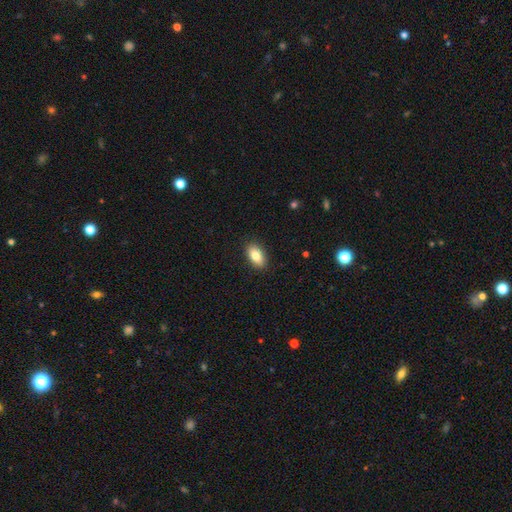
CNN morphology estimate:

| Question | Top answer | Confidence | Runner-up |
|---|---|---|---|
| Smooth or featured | smooth | 84% | featured or disk (9%) |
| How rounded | in between | 91% | round (5%) |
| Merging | none | 89% | minor disturbance (8%) |